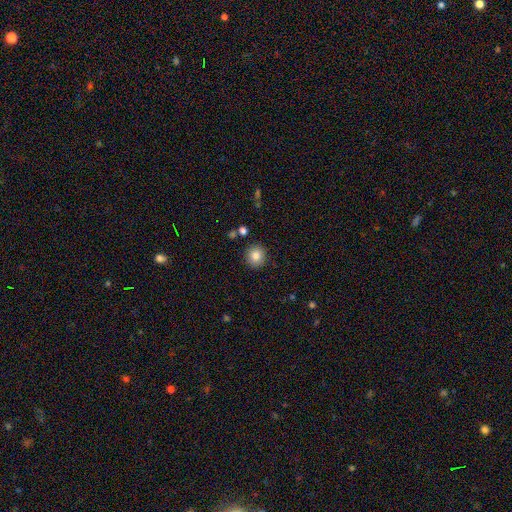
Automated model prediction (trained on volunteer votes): The model was most divided on "smooth or featured": smooth: 85%, star or artifact: 10%, featured or disk: 5%. More confident: how rounded — round (90%); merging — none (89%).